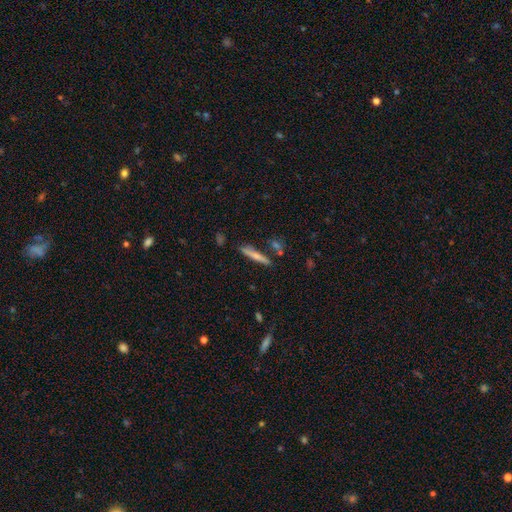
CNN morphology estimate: Overall: smooth (58%; featured or disk 36%). How rounded: cigar-shaped (93%). Merging: none (81%).